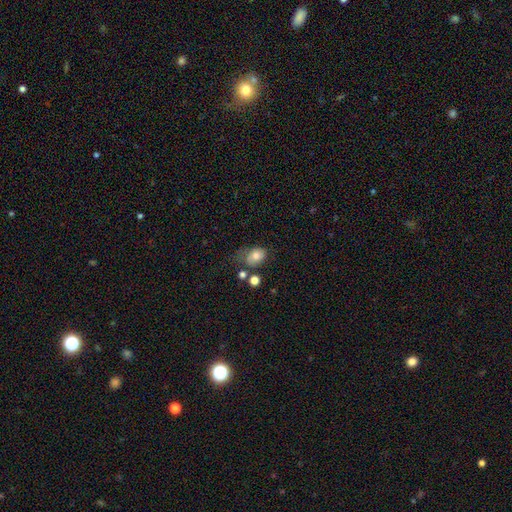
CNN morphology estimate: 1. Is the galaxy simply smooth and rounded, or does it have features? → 76% smooth, 14% featured or disk, 10% star or artifact.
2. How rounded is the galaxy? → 63% in between, 35% round, 1% cigar-shaped.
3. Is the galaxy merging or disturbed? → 42% none, 29% minor disturbance, 18% major disturbance, 10% merger.